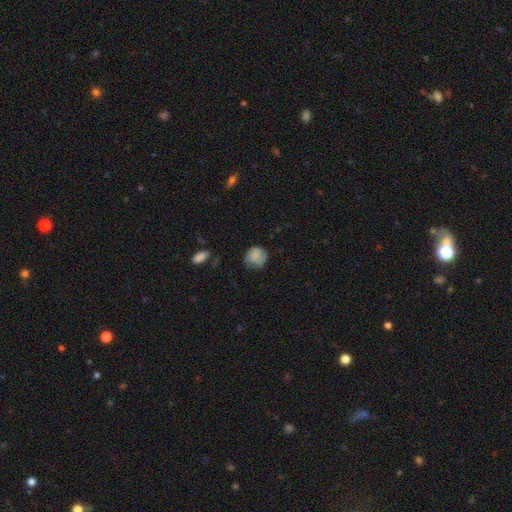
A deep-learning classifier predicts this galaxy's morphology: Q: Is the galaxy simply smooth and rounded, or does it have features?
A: smooth — 74%.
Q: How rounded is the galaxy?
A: round — 81%.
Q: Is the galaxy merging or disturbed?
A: none — 63%.